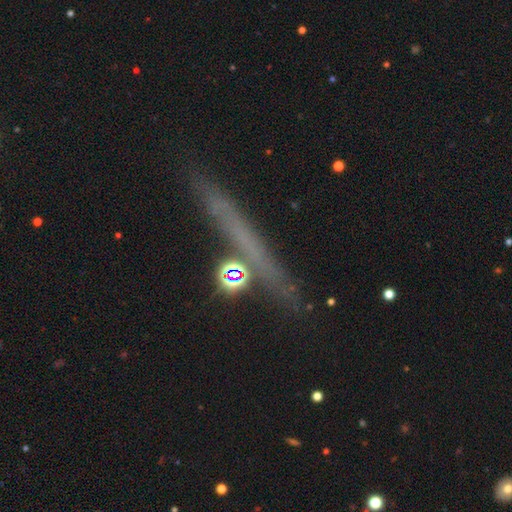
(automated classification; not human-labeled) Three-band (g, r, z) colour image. It shows a star or artifact, not a galaxy (45%).